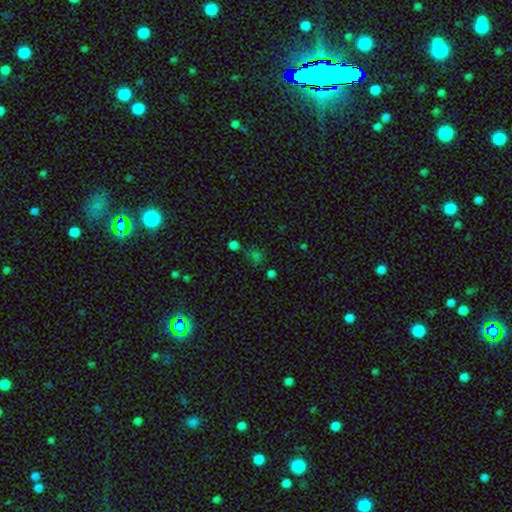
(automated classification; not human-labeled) Smooth or featured: star or artifact — 46% (tied with smooth — 46%)